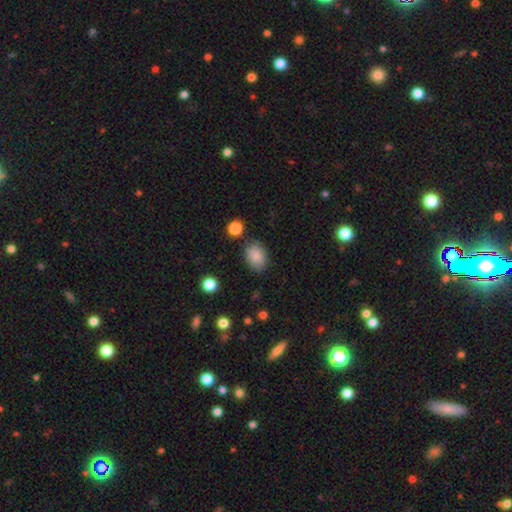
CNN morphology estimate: This is clearly a smooth galaxy (86%). How rounded: likely in between (76%). Merging: clearly none (80%).